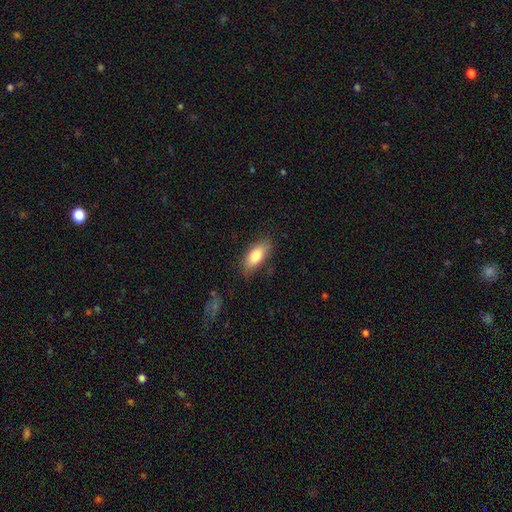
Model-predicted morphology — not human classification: Smooth or featured? smooth (78%)
How rounded? in between (80%)
Merging? none (80%)